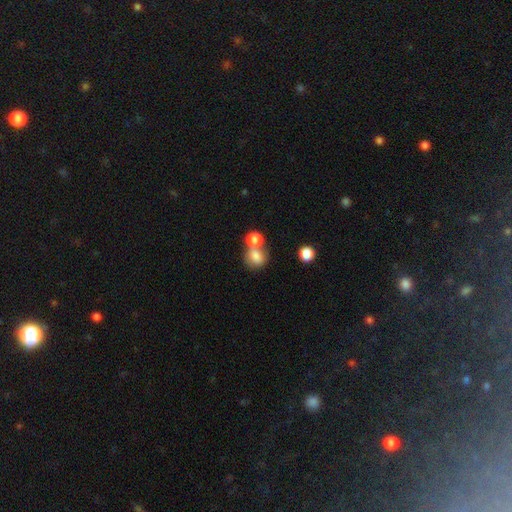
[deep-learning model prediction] Q: Smooth or featured?
A: smooth (79%); runner-up: featured or disk (11%)
Q: How rounded?
A: round (71%); runner-up: in between (28%)
Q: Merging?
A: merger (48%); runner-up: none (38%)